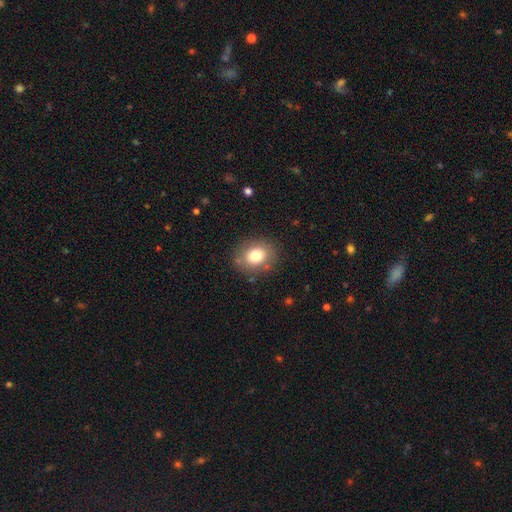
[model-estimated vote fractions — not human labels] A smooth galaxy with no disk features (77%) that is round (61%). Merging: none (83%).